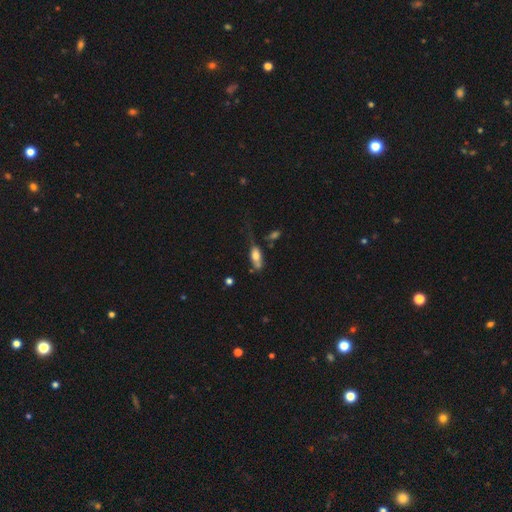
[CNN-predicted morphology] Smooth or featured? smooth (68%)
How rounded? in between (79%)
Merging? none (34%)